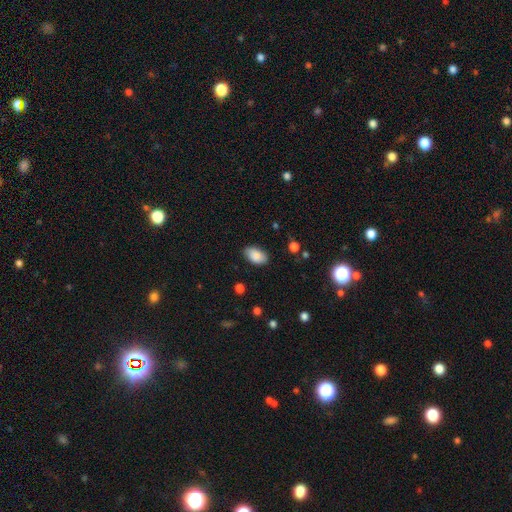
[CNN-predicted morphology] smooth_or_featured: smooth (p=0.87) [alt: star or artifact p=0.07]
how_rounded: in between (p=0.93) [alt: round p=0.05]
merging: none (p=0.83) [alt: minor disturbance p=0.13]